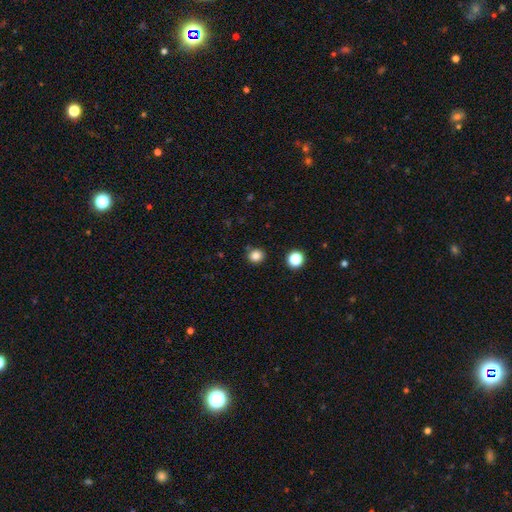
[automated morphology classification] This appears to be a smooth galaxy with no disk features (83%) that is round (86%). Merging: none (86%).